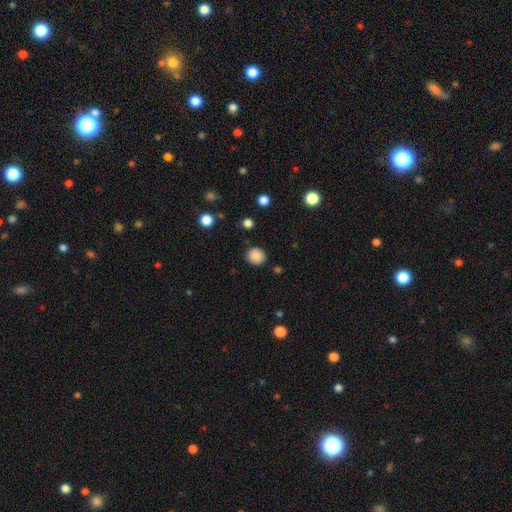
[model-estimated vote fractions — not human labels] The model was most divided on "how rounded": round: 86%, in between: 13%, cigar-shaped: 1%. More confident: merging — none (88%); smooth or featured — smooth (87%).